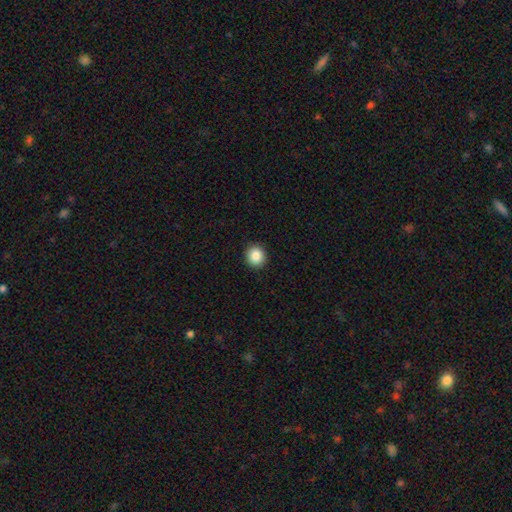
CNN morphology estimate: Smooth or featured? smooth (86%)
How rounded? round (89%)
Merging? none (92%)